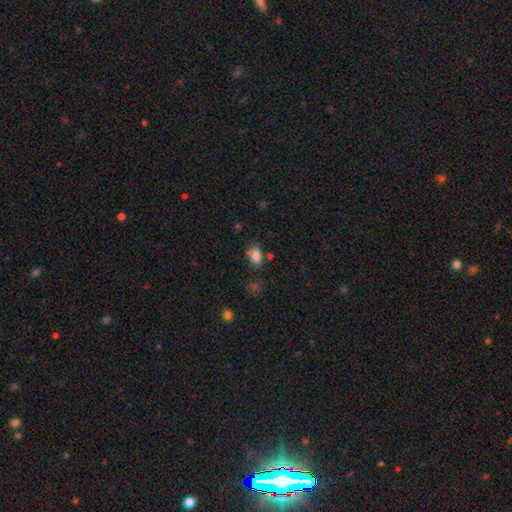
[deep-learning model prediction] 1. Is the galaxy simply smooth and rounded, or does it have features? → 82% smooth, 11% star or artifact, 8% featured or disk.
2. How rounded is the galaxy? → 80% in between, 19% round, 2% cigar-shaped.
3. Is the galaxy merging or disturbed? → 63% none, 22% minor disturbance, 9% merger, 6% major disturbance.